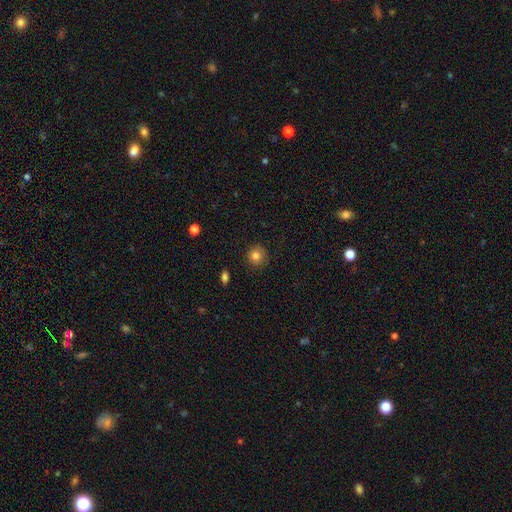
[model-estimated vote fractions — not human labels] Overall: smooth (83%). How rounded: round (91%). Merging: none (88%).